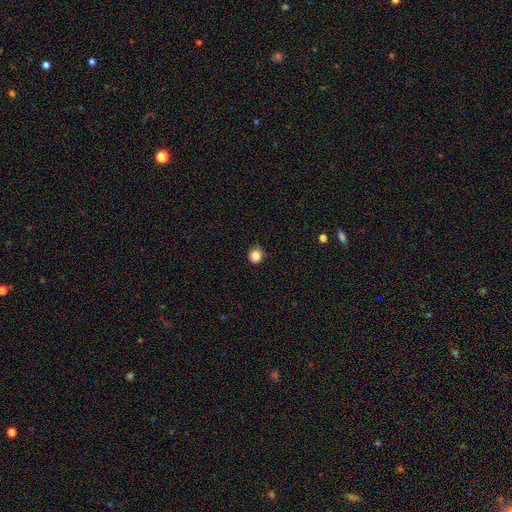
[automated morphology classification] A smooth galaxy with no disk features (85%) that is round (86%). Merging: none (84%).